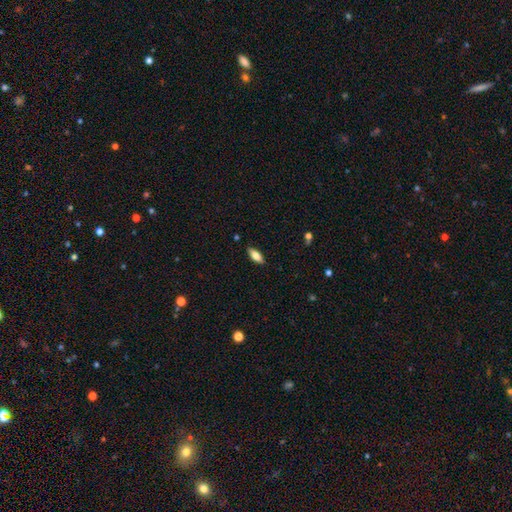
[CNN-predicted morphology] This appears to be a smooth galaxy with no disk features (73%) that is in between round and cigar-shaped (75%). Merging: none (88%).